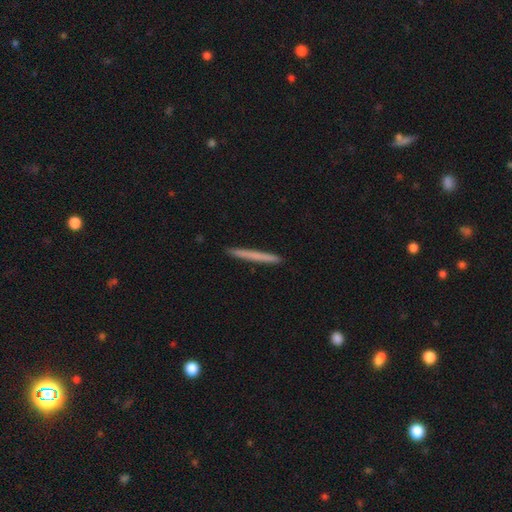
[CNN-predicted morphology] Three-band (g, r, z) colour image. It shows a smooth galaxy with no disk features (65%) that is cigar-shaped (97%). Merging: none (93%).